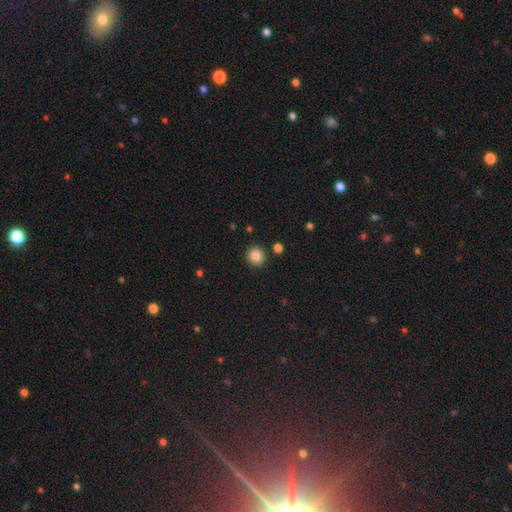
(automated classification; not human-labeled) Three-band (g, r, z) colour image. It shows a smooth galaxy with no disk features (85%) that is round (89%). Merging: none (89%).